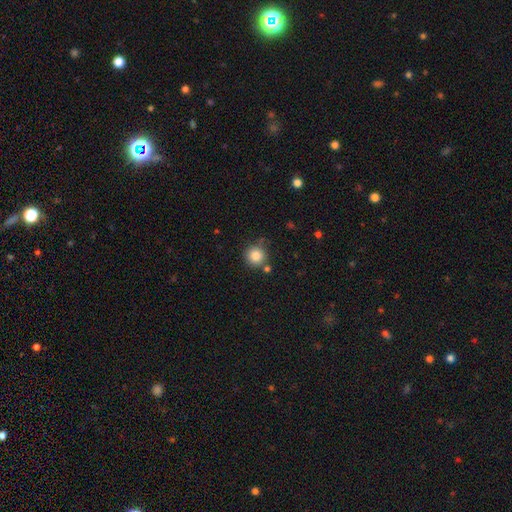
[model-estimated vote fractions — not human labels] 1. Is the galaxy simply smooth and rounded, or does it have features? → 84% smooth, 10% star or artifact, 6% featured or disk.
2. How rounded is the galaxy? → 94% round, 5% in between, 1% cigar-shaped.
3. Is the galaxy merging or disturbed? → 80% none, 9% minor disturbance, 8% merger, 3% major disturbance.